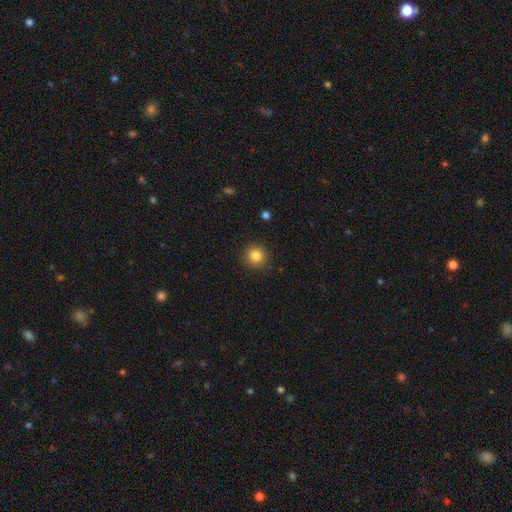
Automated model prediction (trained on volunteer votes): This is clearly a smooth galaxy (83%). How rounded: clearly round (93%). Merging: clearly none (90%).